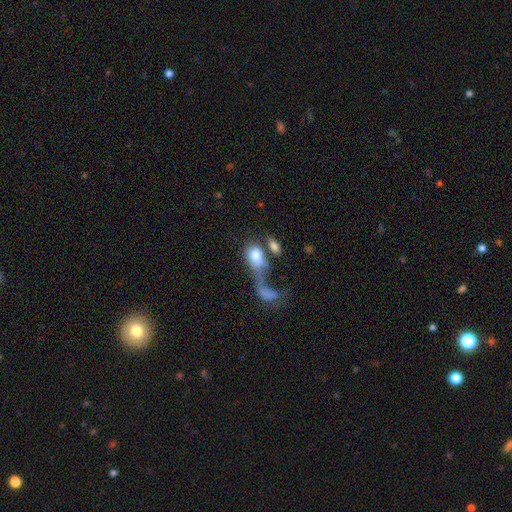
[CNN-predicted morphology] smooth-or-featured: smooth: 71% | featured or disk: 20% | star or artifact: 9%
  how-rounded: in between: 76% | round: 20% | cigar-shaped: 4%
  merging: merger: 49% | major disturbance: 29% | none: 14% | minor disturbance: 9%